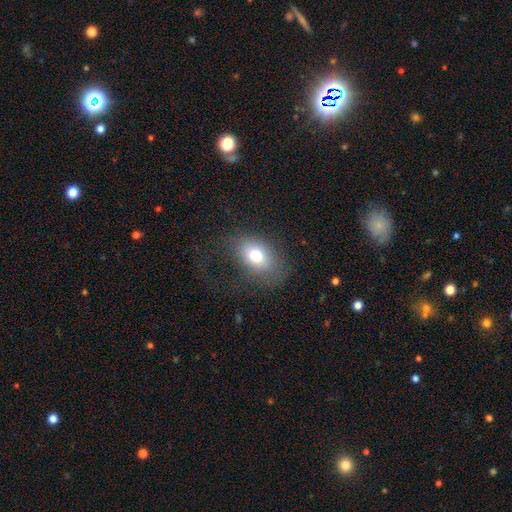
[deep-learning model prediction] This is likely a smooth galaxy (73%). How rounded: likely in between (74%). Merging: likely none (70%).